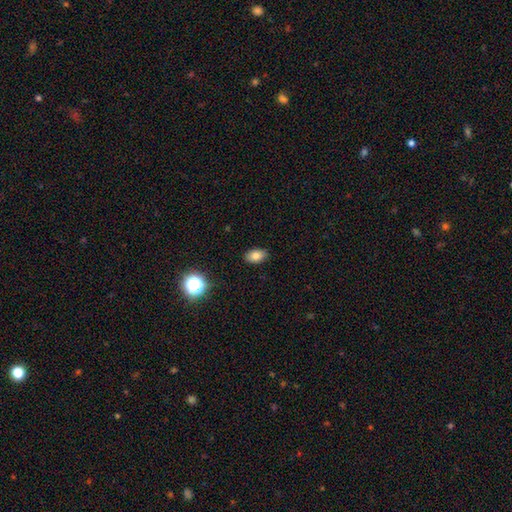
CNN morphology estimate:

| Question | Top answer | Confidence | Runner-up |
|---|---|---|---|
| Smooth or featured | smooth | 80% | star or artifact (12%) |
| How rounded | in between | 89% | round (10%) |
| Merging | none | 87% | minor disturbance (10%) |